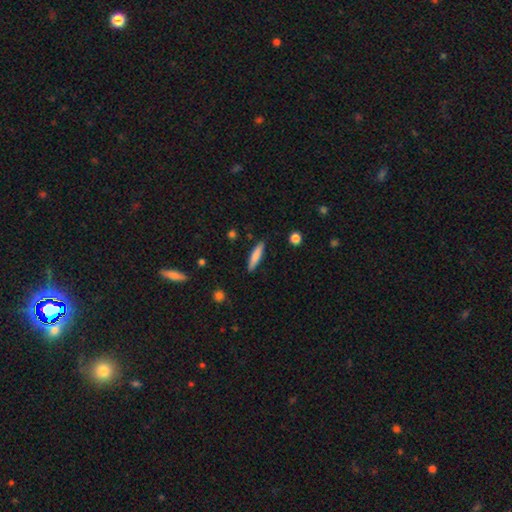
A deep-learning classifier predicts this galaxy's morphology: smooth-or-featured: smooth: 78% | featured or disk: 16% | star or artifact: 6%
  how-rounded: cigar-shaped: 86% | in between: 12% | round: 1%
  merging: none: 88% | minor disturbance: 8% | major disturbance: 2% | merger: 2%